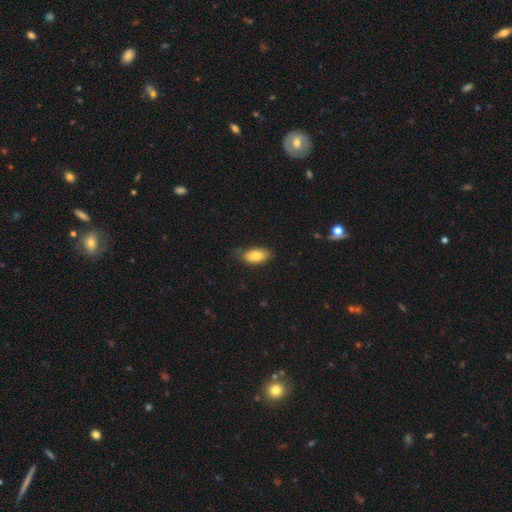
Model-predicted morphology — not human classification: smooth_or_featured: smooth (p=0.79) [alt: featured or disk p=0.15]
how_rounded: in between (p=0.91) [alt: cigar-shaped p=0.06]
merging: none (p=0.70) [alt: minor disturbance p=0.24]